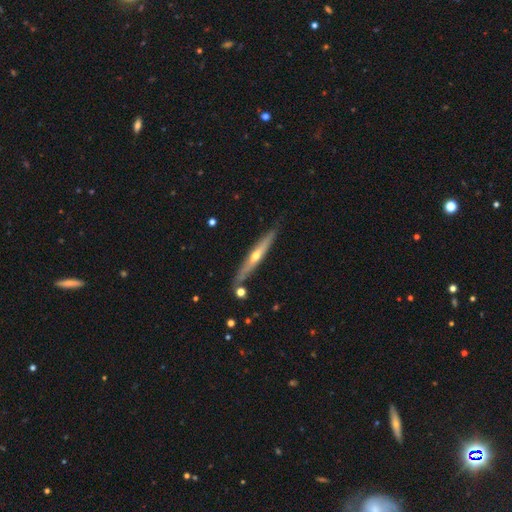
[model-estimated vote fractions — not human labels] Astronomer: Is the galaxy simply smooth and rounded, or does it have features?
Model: featured or disk — 65%.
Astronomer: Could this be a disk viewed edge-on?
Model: yes — 93%.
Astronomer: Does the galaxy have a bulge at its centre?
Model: rounded — 80%.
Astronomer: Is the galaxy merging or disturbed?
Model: none — 82%.